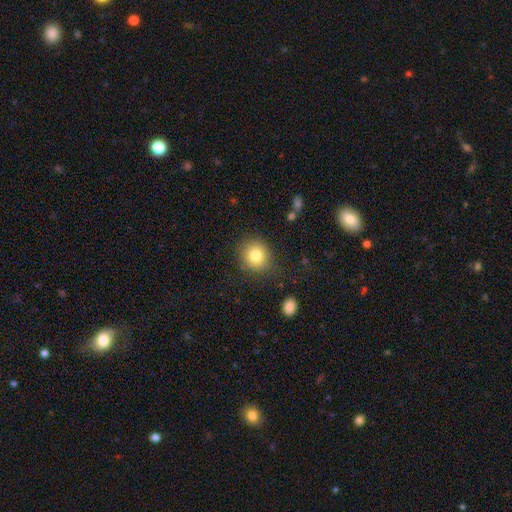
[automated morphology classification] Q: Smooth or featured?
A: smooth (80%); runner-up: star or artifact (10%)
Q: How rounded?
A: round (86%); runner-up: in between (13%)
Q: Merging?
A: none (84%); runner-up: minor disturbance (10%)